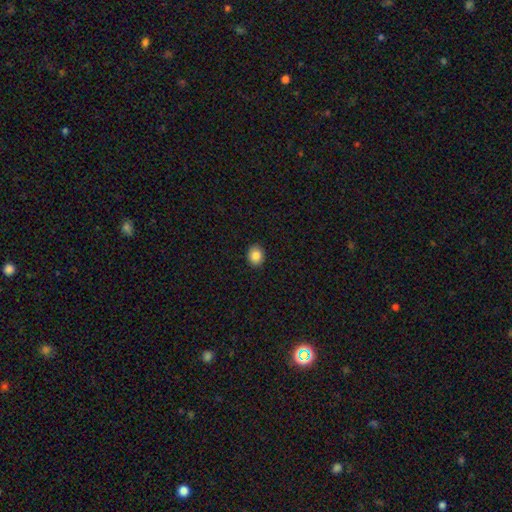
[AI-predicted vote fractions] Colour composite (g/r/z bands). It shows a smooth galaxy with no disk features (86%) that is round (57%). Merging: none (90%).